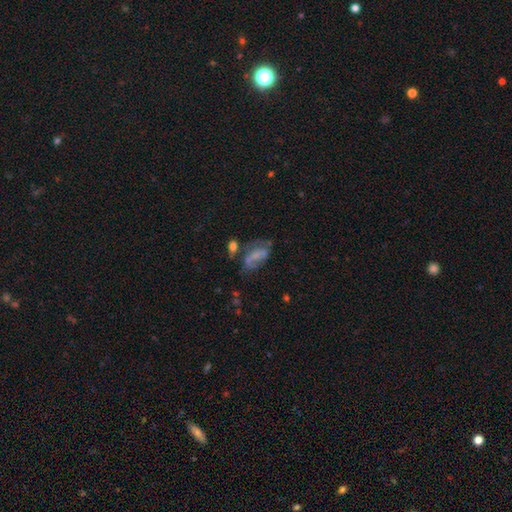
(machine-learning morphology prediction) smooth-or-featured: featured or disk: 47% | smooth: 40% | star or artifact: 13%
  merging: none: 34% | major disturbance: 25% | minor disturbance: 24% | merger: 17%